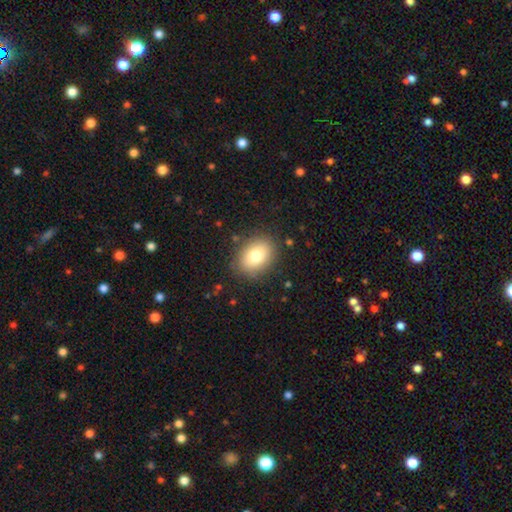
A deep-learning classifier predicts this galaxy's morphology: Q: Smooth or featured?
A: smooth (79%); runner-up: featured or disk (12%)
Q: How rounded?
A: in between (71%); runner-up: round (28%)
Q: Merging?
A: none (85%); runner-up: minor disturbance (10%)